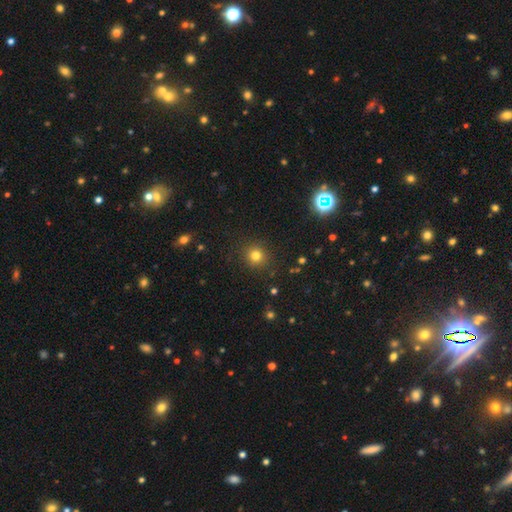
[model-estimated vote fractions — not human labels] This is likely a smooth galaxy (78%). How rounded: clearly round (92%). Merging: clearly none (90%).